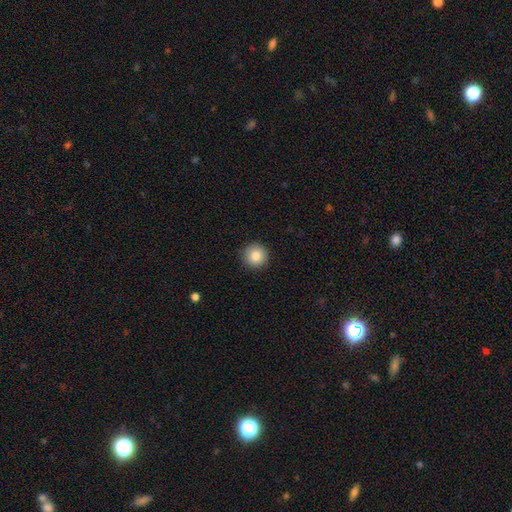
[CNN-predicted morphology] Overall: smooth (85%). How rounded: round (96%). Merging: none (92%).